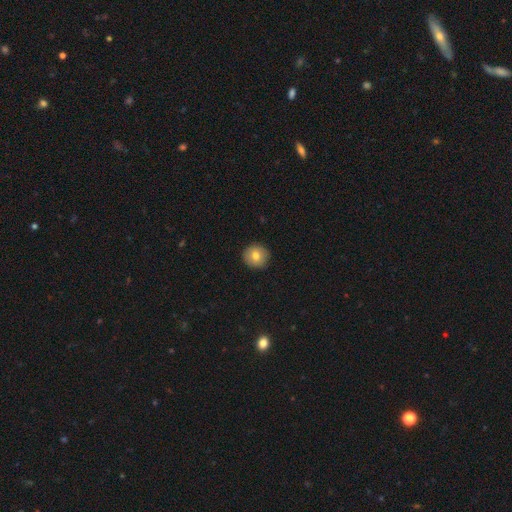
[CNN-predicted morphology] Overall: smooth (78%). How rounded: round (94%). Merging: none (92%).